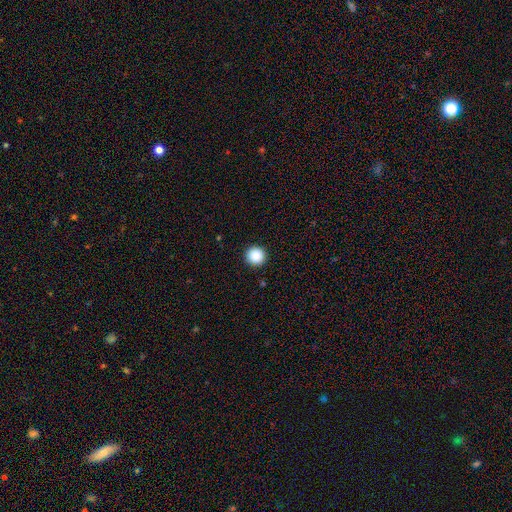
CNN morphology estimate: The model was most divided on "smooth or featured": smooth: 88%, star or artifact: 9%, featured or disk: 3%. More confident: how rounded — round (96%); merging — none (93%).